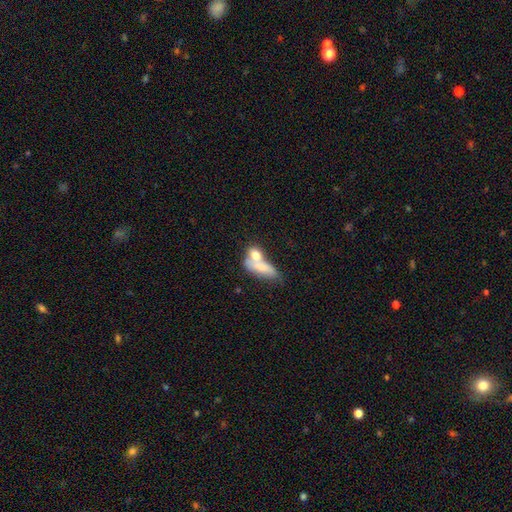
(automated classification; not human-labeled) smooth-or-featured: smooth: 70% | featured or disk: 23% | star or artifact: 8%
  how-rounded: in between: 68% | round: 18% | cigar-shaped: 14%
  merging: merger: 62% | none: 18% | major disturbance: 10% | minor disturbance: 10%